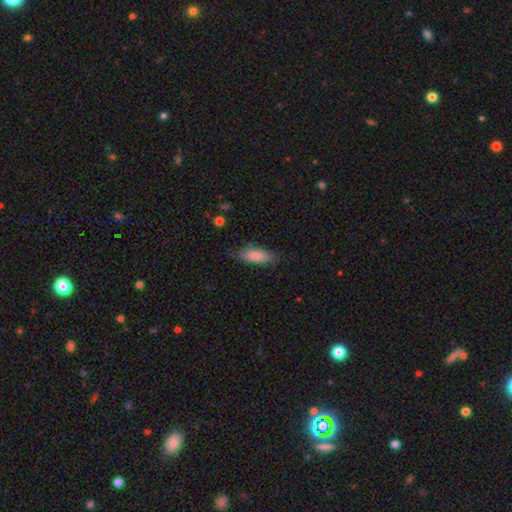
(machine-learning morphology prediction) Overall: smooth (79%). How rounded: in between (73%). Merging: none (65%; minor disturbance 26%).